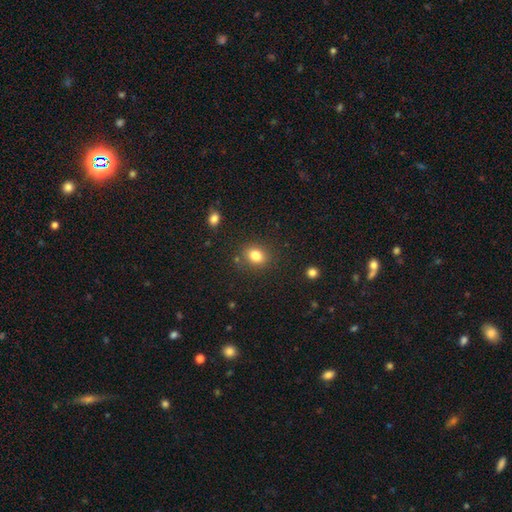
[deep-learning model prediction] Smooth or featured? Predicted: smooth (p=0.82). How rounded? Predicted: round (p=0.51). Merging? Predicted: none (p=0.83).